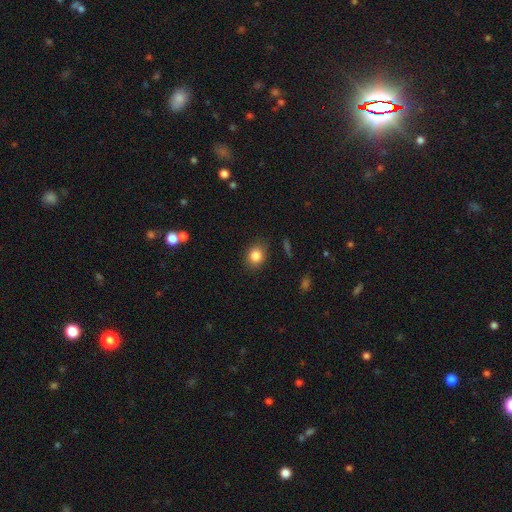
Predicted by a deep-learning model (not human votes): Smooth or featured? smooth (84%)
How rounded? round (66%)
Merging? none (85%)